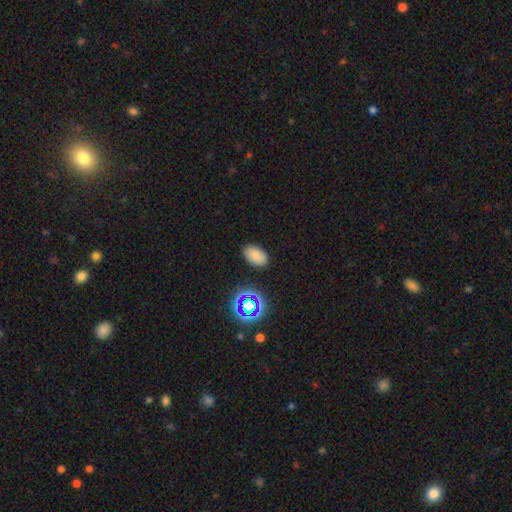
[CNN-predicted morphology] smooth_or_featured: smooth (p=0.78) [alt: star or artifact p=0.15]
how_rounded: in between (p=0.90) [alt: round p=0.08]
merging: none (p=0.86) [alt: minor disturbance p=0.10]